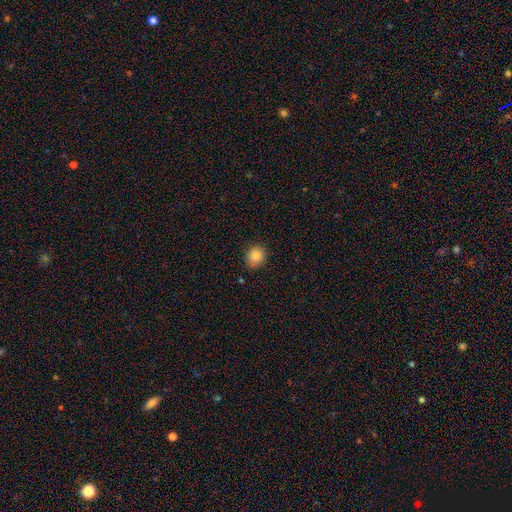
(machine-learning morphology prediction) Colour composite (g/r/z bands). It shows a smooth galaxy with no disk features (84%) that is round (81%). Merging: none (85%).